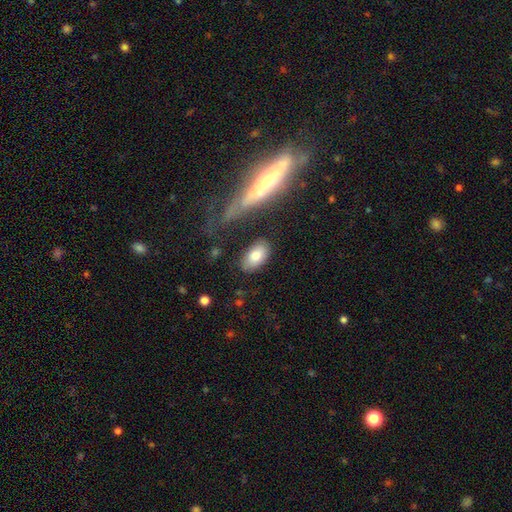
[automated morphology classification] Smooth or featured: smooth — 81% (featured or disk — 12%)
How rounded: in between — 93% (round — 5%)
Merging: none — 80% (minor disturbance — 13%)